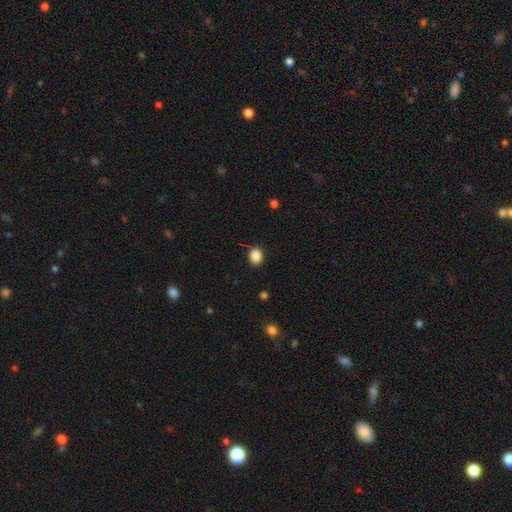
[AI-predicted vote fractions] This appears to be a smooth galaxy with no disk features (88%) that is in between round and cigar-shaped (56%). Merging: none (84%).